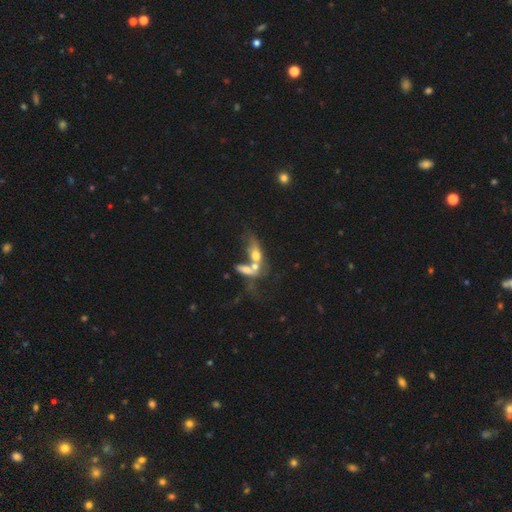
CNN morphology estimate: This appears to be a smooth galaxy with no disk features (48%). Merging: merger (63%).